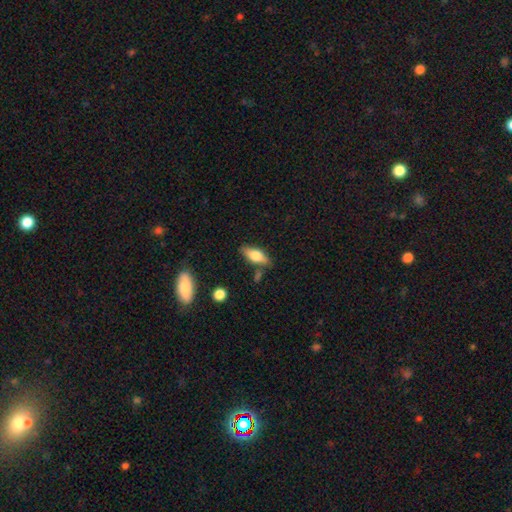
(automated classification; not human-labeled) smooth-or-featured: smooth: 61% | featured or disk: 32% | star or artifact: 7%
  how-rounded: in between: 70% | cigar-shaped: 27% | round: 3%
  merging: none: 77% | minor disturbance: 14% | merger: 5% | major disturbance: 3%